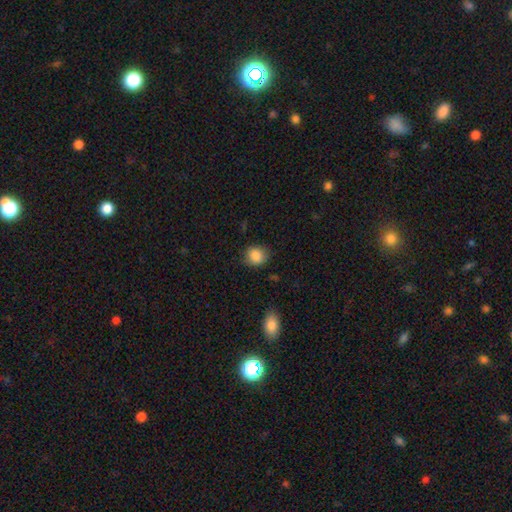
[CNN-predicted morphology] This appears to be a smooth galaxy with no disk features (86%) that is round (71%). Merging: none (77%).